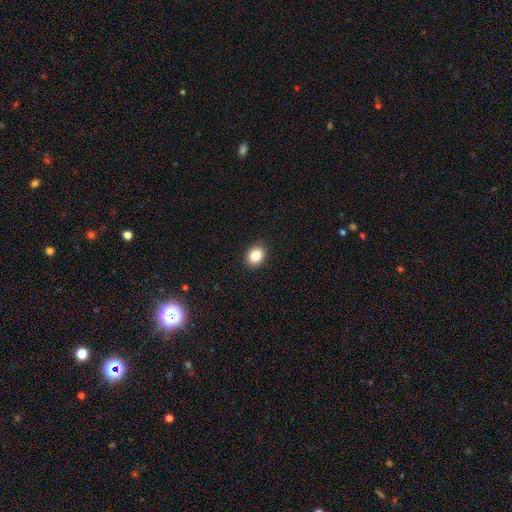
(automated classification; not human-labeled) Q: Smooth or featured?
A: smooth (83%); runner-up: star or artifact (10%)
Q: How rounded?
A: round (58%); runner-up: in between (41%)
Q: Merging?
A: none (91%); runner-up: minor disturbance (7%)